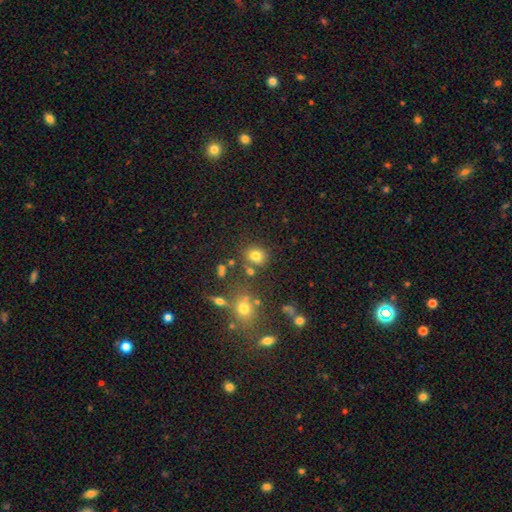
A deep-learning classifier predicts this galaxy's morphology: A smooth galaxy with no disk features (75%) that is round (77%).

Vote fractions:
- Smooth or featured? smooth: 75% / star or artifact: 16% / featured or disk: 9%
- How rounded? round: 77% / in between: 22% / cigar-shaped: 1%
- Merging? none: 73% / minor disturbance: 11% / merger: 11% / major disturbance: 5%